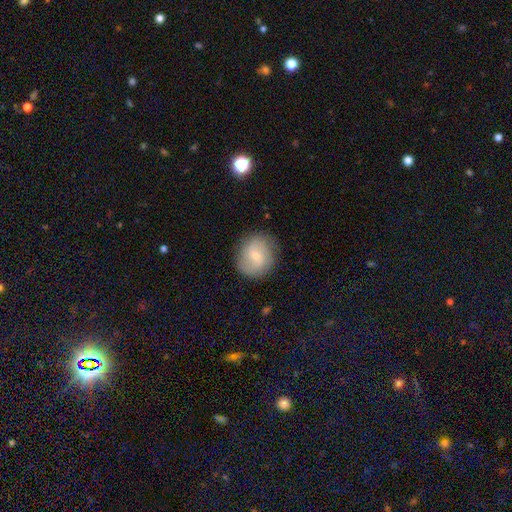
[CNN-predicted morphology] Q: Smooth or featured?
A: smooth (50%); runner-up: featured or disk (43%)
Q: Merging?
A: none (82%); runner-up: minor disturbance (12%)